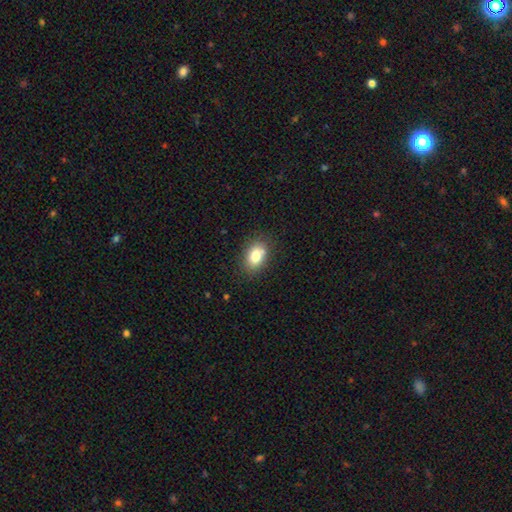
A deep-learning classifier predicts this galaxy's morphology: Smooth or featured? Predicted: smooth (p=0.80). How rounded? Predicted: in between (p=0.78). Merging? Predicted: none (p=0.76).